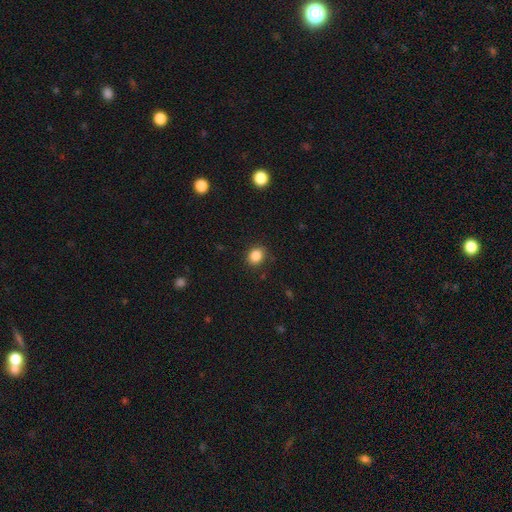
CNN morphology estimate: Overall: smooth (86%). How rounded: round (65%; in between 35%). Merging: none (87%).